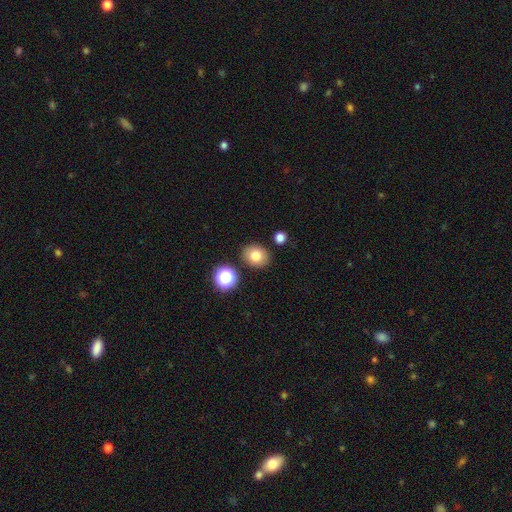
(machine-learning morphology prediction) Q: Smooth or featured?
A: smooth (78%); runner-up: star or artifact (12%)
Q: How rounded?
A: round (58%); runner-up: in between (41%)
Q: Merging?
A: none (84%); runner-up: minor disturbance (9%)